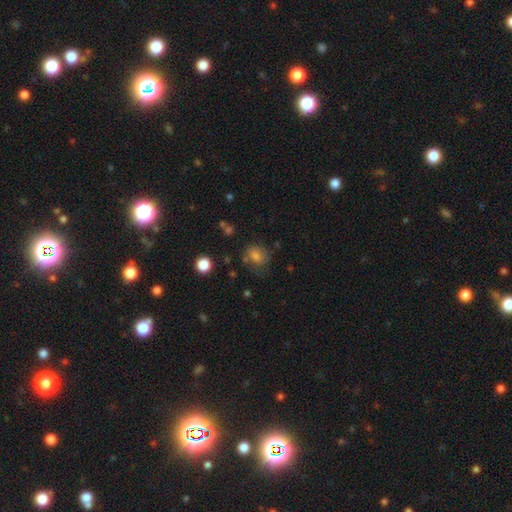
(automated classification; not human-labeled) Smooth or featured? Predicted: smooth (p=0.74). How rounded? Predicted: round (p=0.65). Merging? Predicted: none (p=0.64).